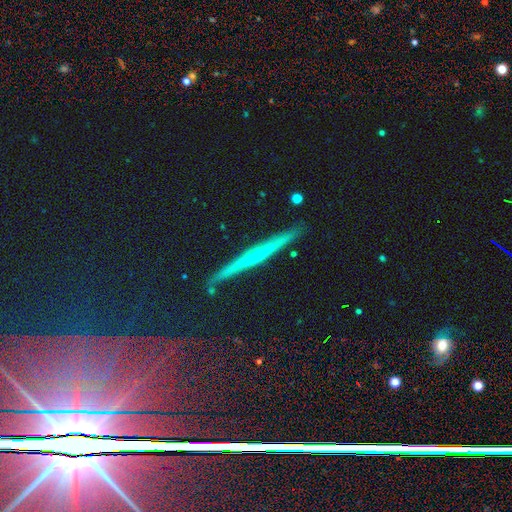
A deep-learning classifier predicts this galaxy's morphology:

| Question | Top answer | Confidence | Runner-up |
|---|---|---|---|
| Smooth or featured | featured or disk | 58% | smooth (22%) |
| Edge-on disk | yes | 94% | no (6%) |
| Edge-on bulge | rounded | 55% | none (36%) |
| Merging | none | 87% | minor disturbance (9%) |